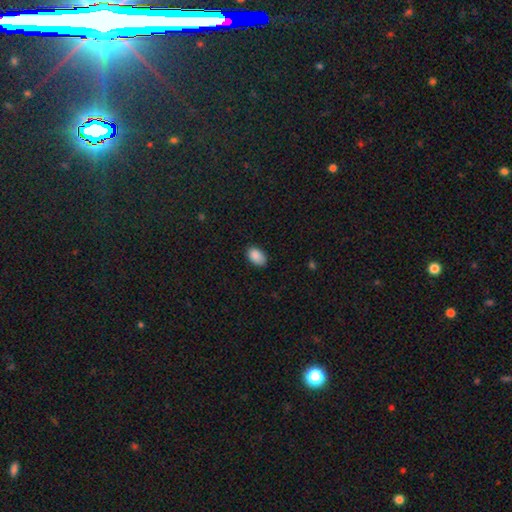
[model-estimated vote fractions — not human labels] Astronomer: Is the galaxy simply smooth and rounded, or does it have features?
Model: smooth — 88%.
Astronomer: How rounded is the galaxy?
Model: in between — 91%.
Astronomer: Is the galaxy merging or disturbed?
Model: none — 79%.